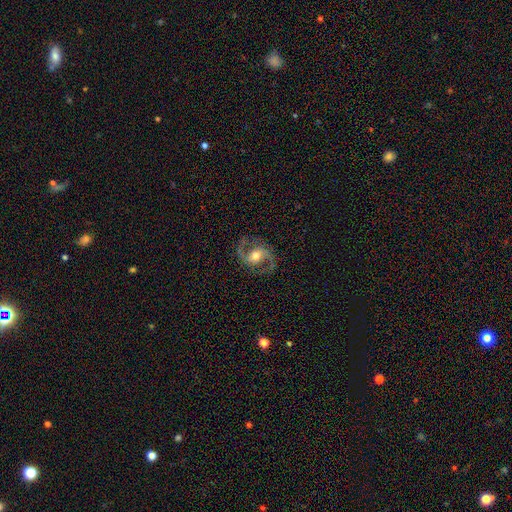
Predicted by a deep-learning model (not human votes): Overall: featured or disk (89%). Edge-on disk: no (98%). Bar: weak (42%; no 37%). Spiral arms: yes (97%). Spiral arm count: 2 (93%). Spiral winding: medium (60%; loose 27%). Bulge size: moderate (71%). Merging: none (81%).